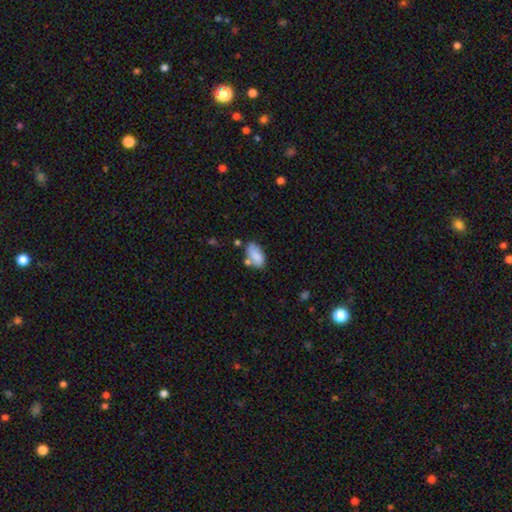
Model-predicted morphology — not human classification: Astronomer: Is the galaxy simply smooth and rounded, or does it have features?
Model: smooth — 80%.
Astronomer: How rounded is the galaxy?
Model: in between — 92%.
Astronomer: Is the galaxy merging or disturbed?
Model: none — 54%.